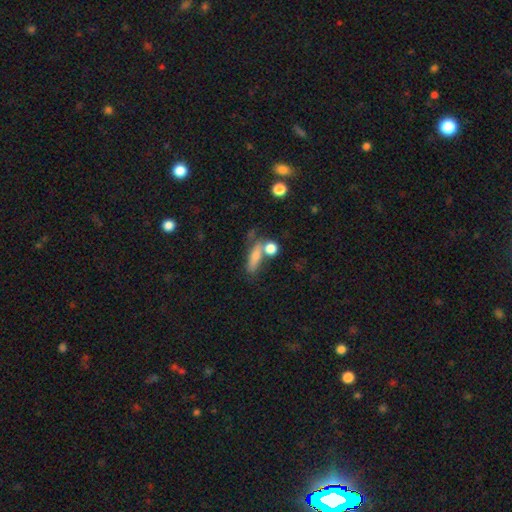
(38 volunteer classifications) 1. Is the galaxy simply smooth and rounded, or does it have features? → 76% smooth, 18% featured or disk, 5% star or artifact.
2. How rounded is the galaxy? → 55% cigar-shaped, 45% in between, 0% round.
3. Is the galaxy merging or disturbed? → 58% none, 17% minor disturbance, 17% merger, 8% major disturbance.